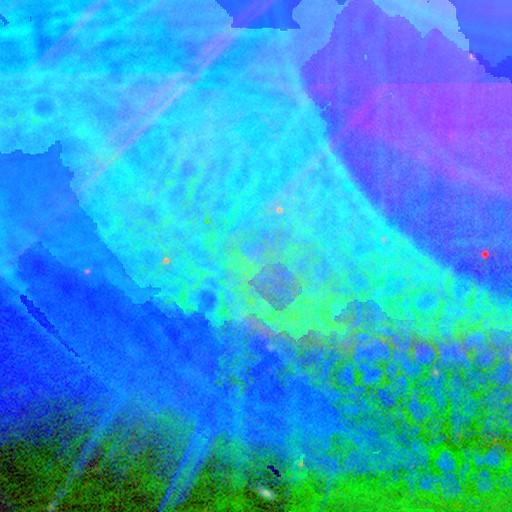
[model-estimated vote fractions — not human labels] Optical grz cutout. It shows a star or artifact, not a galaxy (84%).